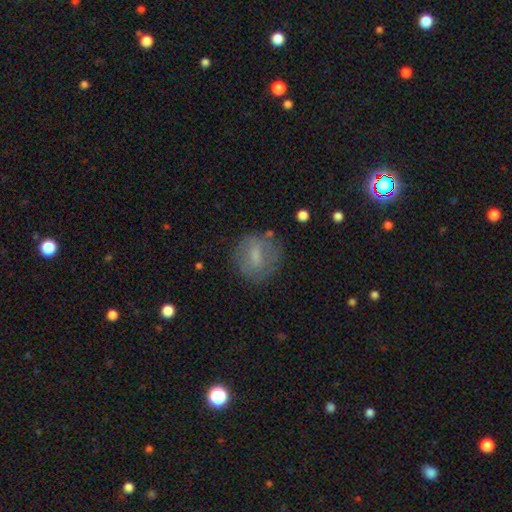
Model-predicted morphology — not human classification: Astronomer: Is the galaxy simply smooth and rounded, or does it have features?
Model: smooth — 59%.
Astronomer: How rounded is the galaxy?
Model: round — 72%.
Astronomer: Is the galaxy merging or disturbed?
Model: none — 73%.